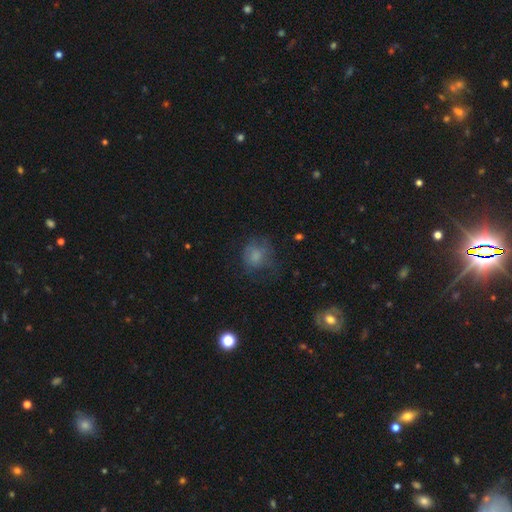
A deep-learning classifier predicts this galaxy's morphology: Smooth or featured? smooth (69%)
How rounded? round (73%)
Merging? none (51%)